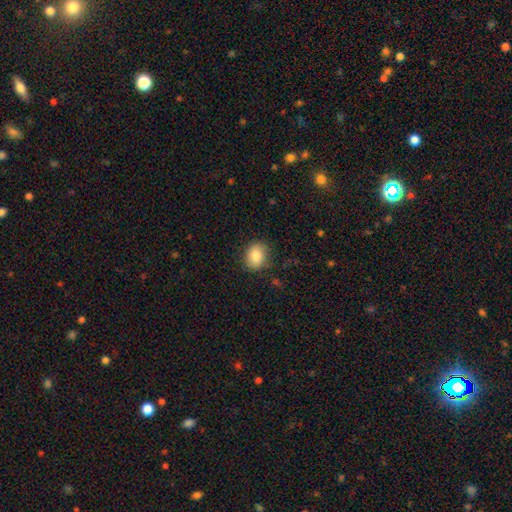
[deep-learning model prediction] This appears to be a smooth galaxy with no disk features (85%) that is in between round and cigar-shaped (53%). Merging: none (83%).